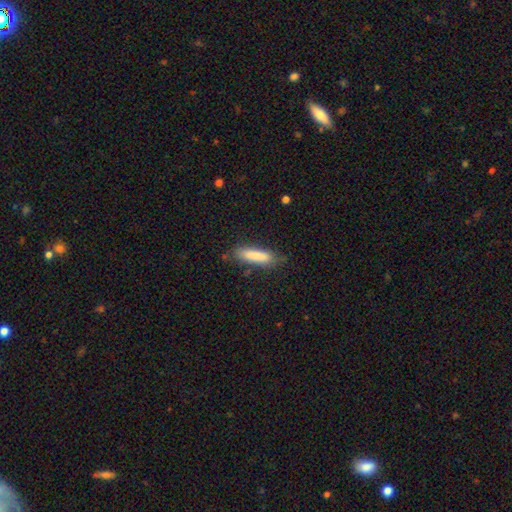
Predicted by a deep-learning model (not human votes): Overall: smooth (82%). How rounded: cigar-shaped (72%). Merging: none (77%).